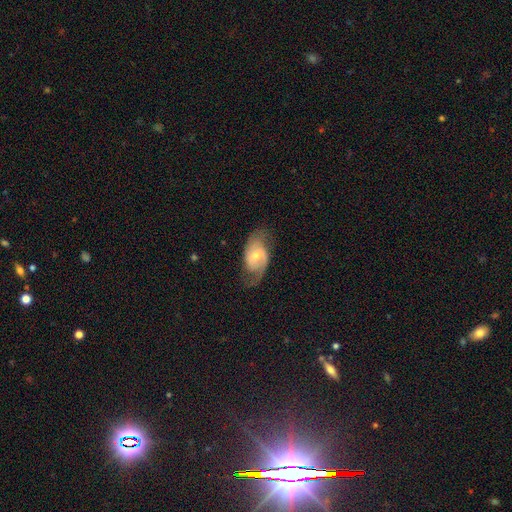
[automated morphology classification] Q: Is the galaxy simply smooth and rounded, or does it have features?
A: featured or disk — 77%.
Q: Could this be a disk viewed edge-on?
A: no — 95%.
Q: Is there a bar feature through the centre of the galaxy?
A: no — 58%.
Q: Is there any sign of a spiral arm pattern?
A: yes — 92%.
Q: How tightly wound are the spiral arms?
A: medium — 45%.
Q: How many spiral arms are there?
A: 2 — 80%.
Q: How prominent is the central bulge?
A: moderate — 54%.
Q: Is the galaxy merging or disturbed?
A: none — 67%.